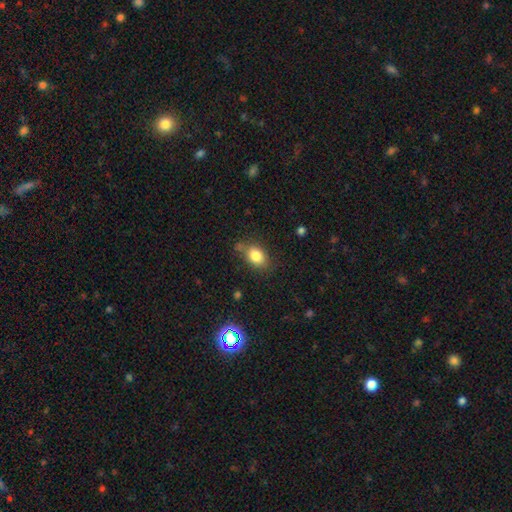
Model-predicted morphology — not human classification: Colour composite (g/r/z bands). It shows a smooth galaxy with no disk features (83%) that is in between round and cigar-shaped (74%). Merging: none (72%).